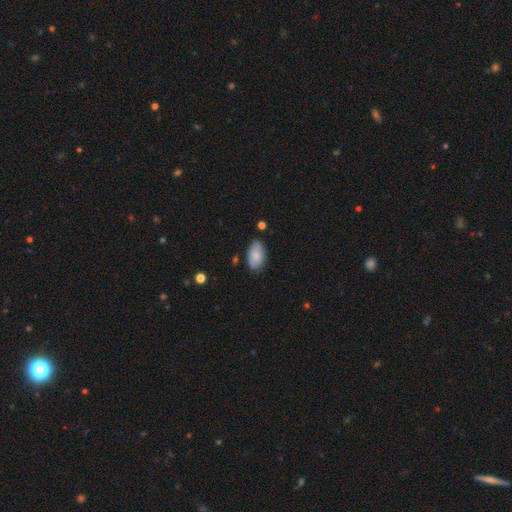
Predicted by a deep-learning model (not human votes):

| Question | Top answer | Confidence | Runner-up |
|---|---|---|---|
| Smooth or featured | smooth | 84% | featured or disk (10%) |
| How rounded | in between | 94% | round (4%) |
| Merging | none | 78% | minor disturbance (16%) |